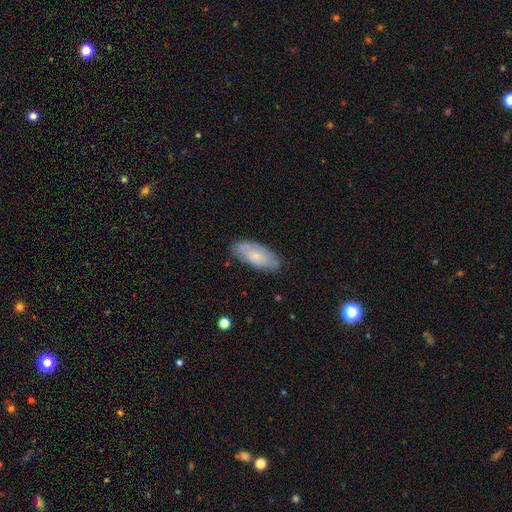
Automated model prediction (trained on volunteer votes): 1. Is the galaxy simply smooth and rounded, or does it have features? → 60% smooth, 34% featured or disk, 7% star or artifact.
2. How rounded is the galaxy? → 85% in between, 13% cigar-shaped, 2% round.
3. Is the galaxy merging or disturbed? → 77% none, 18% minor disturbance, 3% major disturbance, 1% merger.